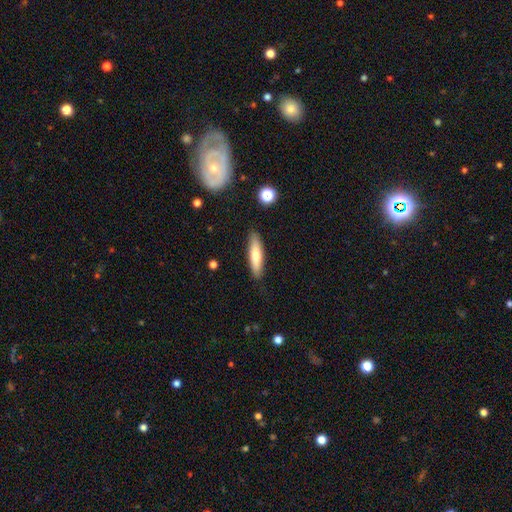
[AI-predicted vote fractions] This appears to be a smooth galaxy with no disk features (71%) that is cigar-shaped (75%). Merging: none (87%).